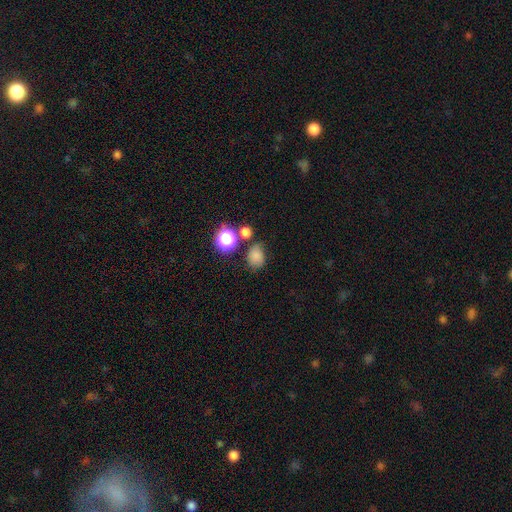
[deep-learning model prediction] Smooth or featured? Predicted: smooth (p=0.75). How rounded? Predicted: round (p=0.59). Merging? Predicted: none (p=0.62).